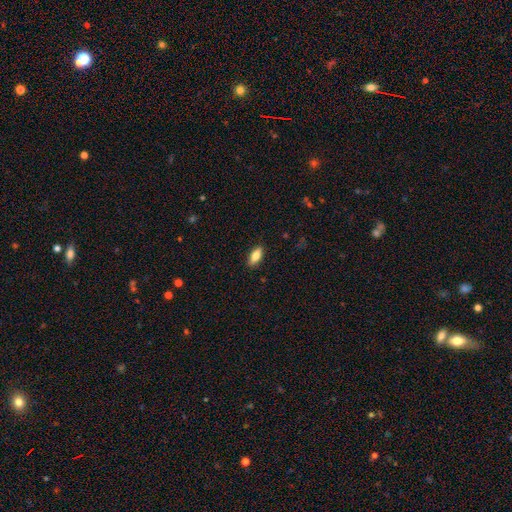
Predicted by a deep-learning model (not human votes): A smooth galaxy with no disk features (79%) that is in between round and cigar-shaped (82%).

Vote fractions:
- Smooth or featured? smooth: 79% / featured or disk: 14% / star or artifact: 7%
- How rounded? in between: 82% / cigar-shaped: 15% / round: 3%
- Merging? none: 88% / minor disturbance: 9% / major disturbance: 2% / merger: 1%